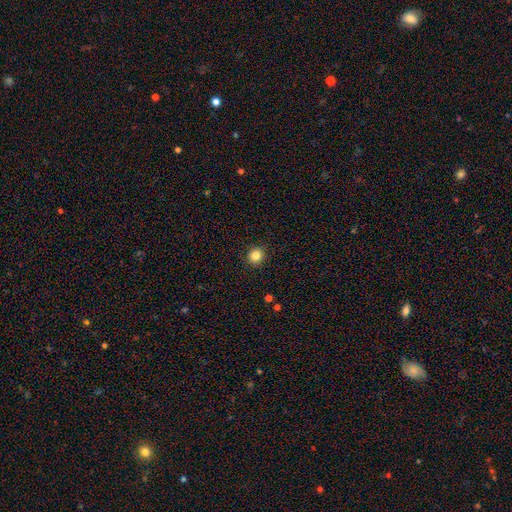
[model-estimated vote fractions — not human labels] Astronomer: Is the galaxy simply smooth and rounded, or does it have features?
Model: smooth — 83%.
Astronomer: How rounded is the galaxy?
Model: round — 90%.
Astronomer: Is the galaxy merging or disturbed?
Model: none — 92%.